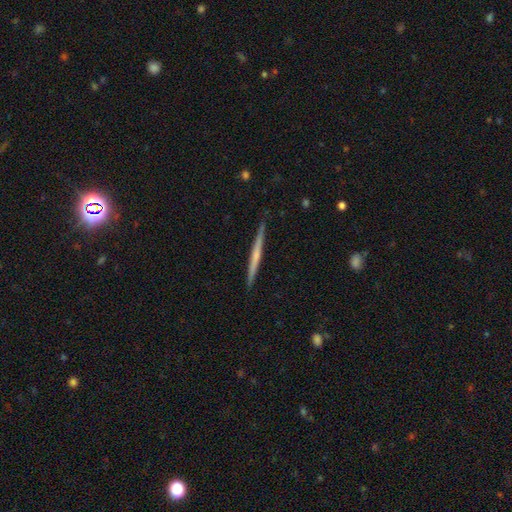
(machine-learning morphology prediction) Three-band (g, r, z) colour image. It shows a featured or disk galaxy (56%) viewed edge-on (98%) with no central bulge (68%). Merging: none (89%).